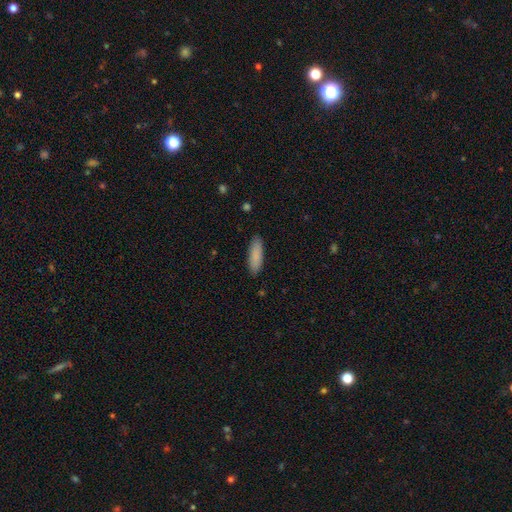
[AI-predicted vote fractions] This is clearly a smooth galaxy (88%). How rounded: possibly cigar-shaped (52%). Merging: clearly none (89%).